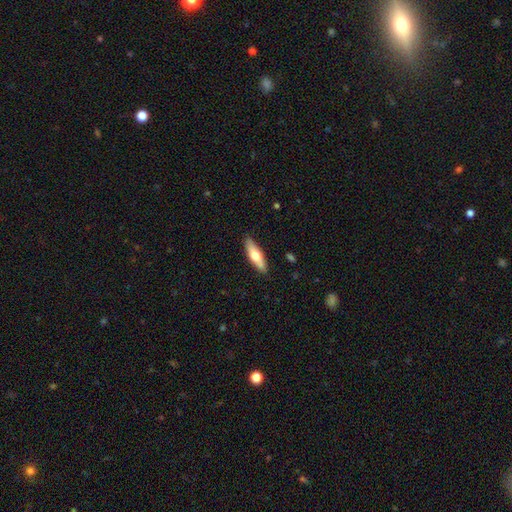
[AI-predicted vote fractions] smooth_or_featured: smooth (p=0.61) [alt: featured or disk p=0.34]
how_rounded: cigar-shaped (p=0.52) [alt: in between p=0.46]
merging: none (p=0.87) [alt: minor disturbance p=0.10]